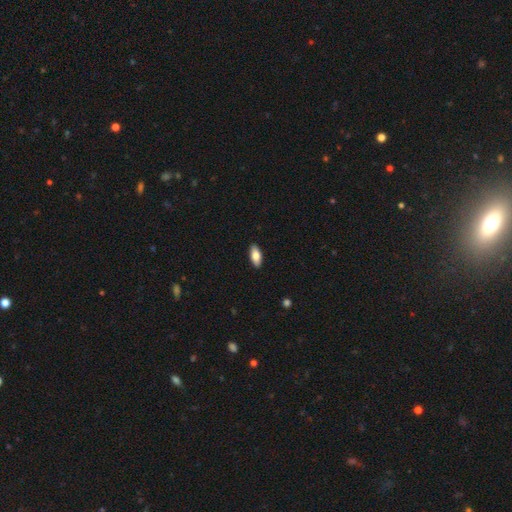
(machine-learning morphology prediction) smooth_or_featured: smooth (p=0.80) [alt: featured or disk p=0.14]
how_rounded: in between (p=0.85) [alt: cigar-shaped p=0.13]
merging: none (p=0.90) [alt: minor disturbance p=0.07]